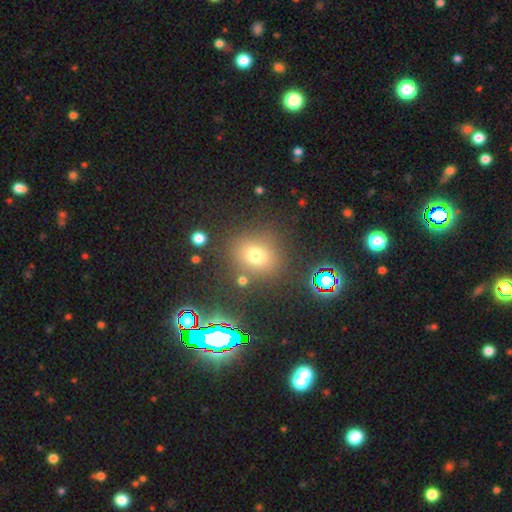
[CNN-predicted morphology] Smooth or featured?
  - smooth: 69% *
  - star or artifact: 21%
  - featured or disk: 9%
How rounded?
  - round: 78% *
  - in between: 21%
  - cigar-shaped: 1%
Merging?
  - none: 79% *
  - minor disturbance: 10%
  - merger: 6%
  - major disturbance: 5%